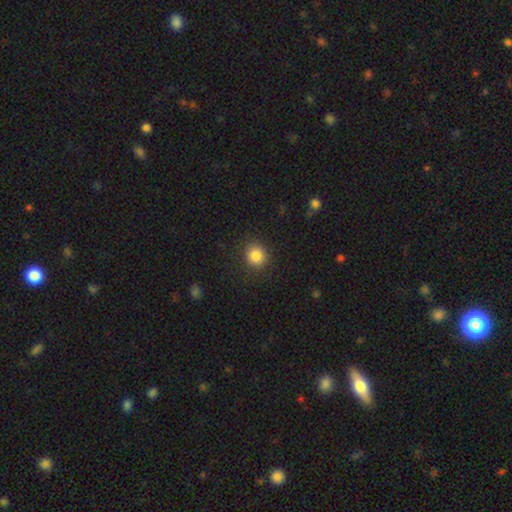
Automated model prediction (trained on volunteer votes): Q: Smooth or featured?
A: smooth (85%); runner-up: star or artifact (10%)
Q: How rounded?
A: round (88%); runner-up: in between (11%)
Q: Merging?
A: none (89%); runner-up: minor disturbance (7%)